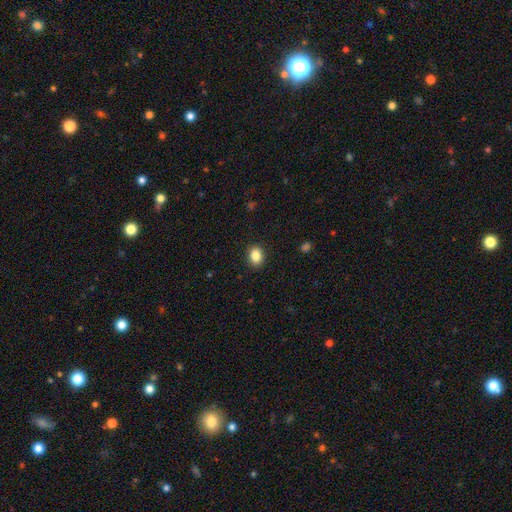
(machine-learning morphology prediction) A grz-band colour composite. It shows a smooth galaxy with no disk features (85%) that is in between round and cigar-shaped (54%). Merging: none (90%).